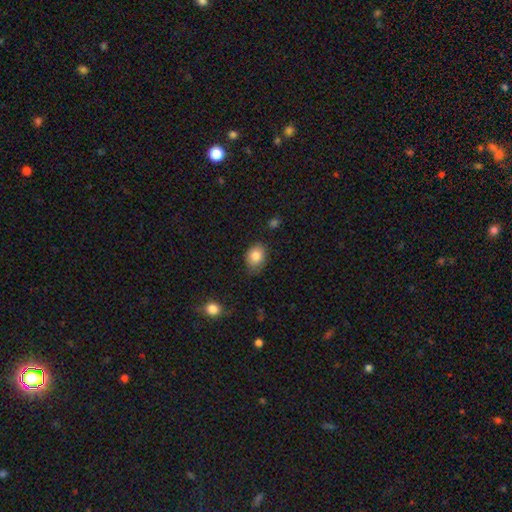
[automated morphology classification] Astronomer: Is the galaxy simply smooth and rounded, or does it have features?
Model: smooth — 83%.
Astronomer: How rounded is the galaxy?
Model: in between — 62% (runner-up: round, 37%).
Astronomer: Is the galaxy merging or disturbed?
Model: none — 71%.